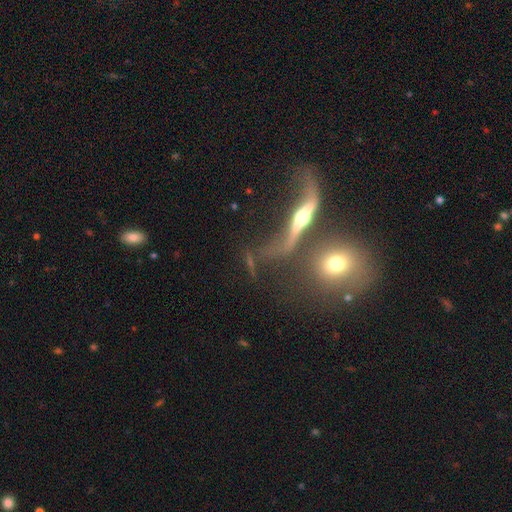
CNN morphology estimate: smooth_or_featured: featured or disk (p=0.64) [alt: smooth p=0.23]
disk_edge_on: yes (p=0.53) [alt: no p=0.47]
merging: none (p=0.31) [alt: merger p=0.29]